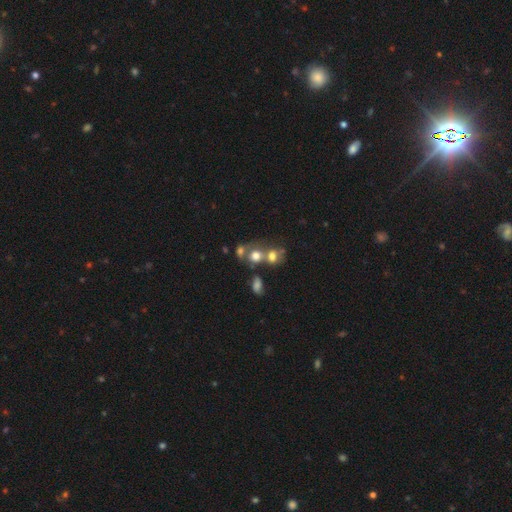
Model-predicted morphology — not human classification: A smooth galaxy with no disk features (68%) that is round (68%).

Vote fractions:
- Smooth or featured? smooth: 68% / featured or disk: 17% / star or artifact: 15%
- How rounded? round: 68% / in between: 31% / cigar-shaped: 1%
- Merging? merger: 49% / none: 35% / minor disturbance: 10% / major disturbance: 7%